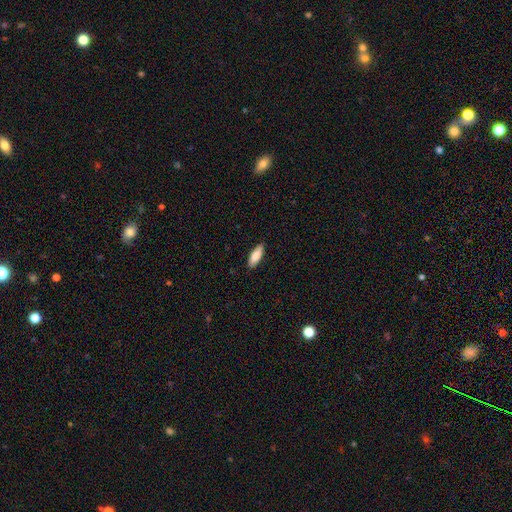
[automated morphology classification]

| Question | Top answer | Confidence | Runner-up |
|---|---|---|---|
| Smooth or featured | smooth | 85% | featured or disk (10%) |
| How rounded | in between | 66% | cigar-shaped (32%) |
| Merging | none | 87% | minor disturbance (10%) |